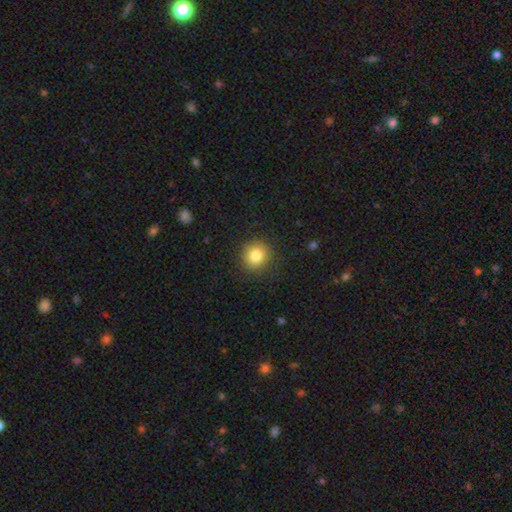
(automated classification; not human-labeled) Smooth or featured? smooth (83%)
How rounded? round (87%)
Merging? none (88%)